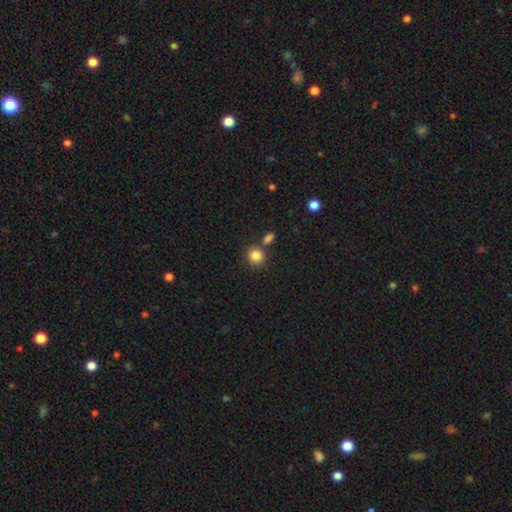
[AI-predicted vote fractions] Smooth or featured? Predicted: smooth (p=0.84). How rounded? Predicted: round (p=0.88). Merging? Predicted: none (p=0.72).